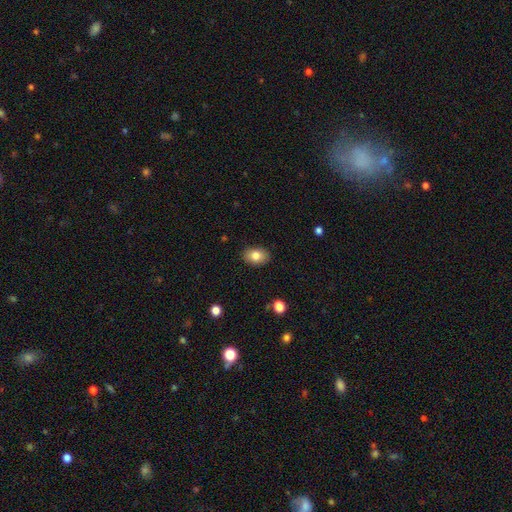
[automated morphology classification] Smooth or featured? Predicted: smooth (p=0.81). How rounded? Predicted: in between (p=0.83). Merging? Predicted: none (p=0.88).